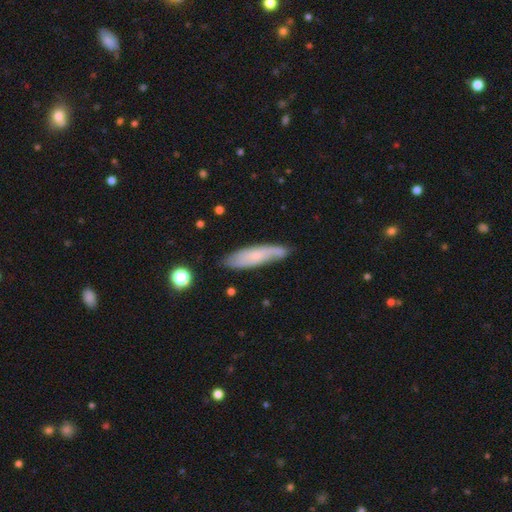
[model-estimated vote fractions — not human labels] A smooth galaxy with no disk features (53%) that is cigar-shaped (68%). Merging: none (72%).